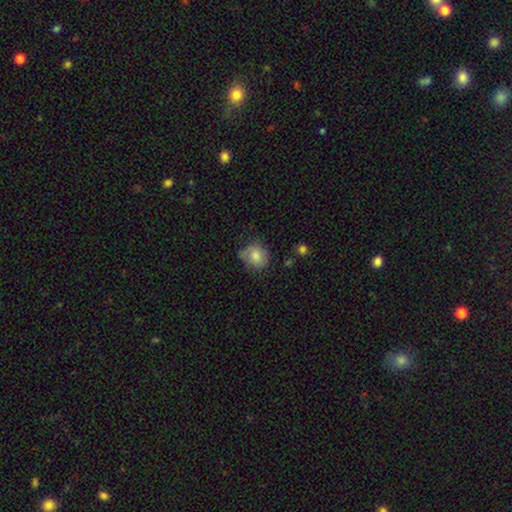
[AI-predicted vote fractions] This appears to be a smooth galaxy with no disk features (78%) that is round (67%). Merging: none (57%).